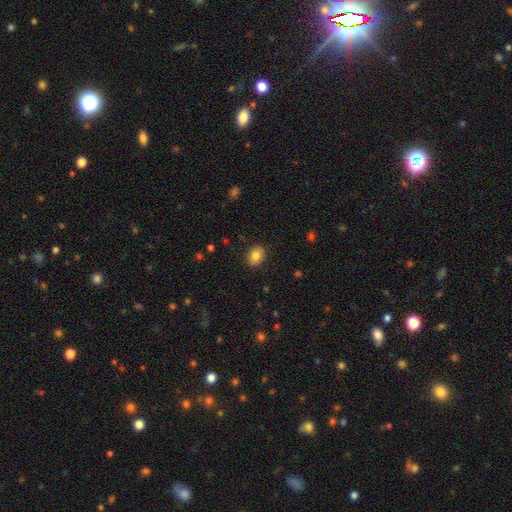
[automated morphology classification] Smooth or featured? Predicted: smooth (p=0.83). How rounded? Predicted: in between (p=0.72). Merging? Predicted: none (p=0.88).